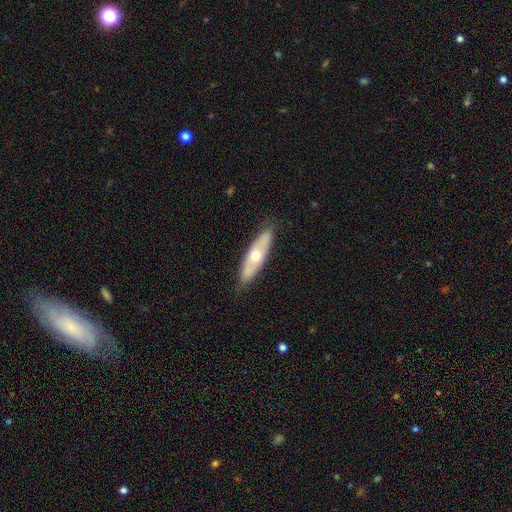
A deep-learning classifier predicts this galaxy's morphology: Smooth or featured: smooth — 47% (tied with featured or disk — 47%)
Merging: none — 84% (minor disturbance — 12%)